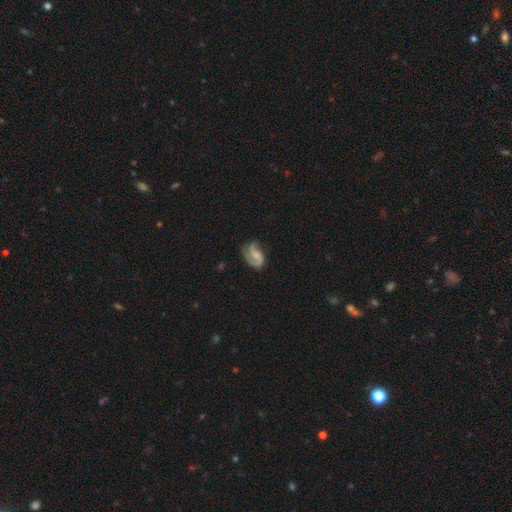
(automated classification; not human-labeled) Morphology: type=featured or disk (80%); edge-on=no (98%); bar=no (52%); spiral arms=yes (95%); winding=medium (49%); arm count=2 (77%); bulge=small (46%); merging=none (58%).